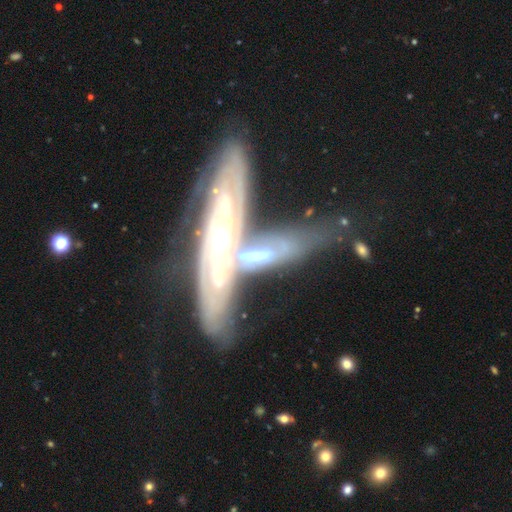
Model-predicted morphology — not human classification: This appears to be a featured or disk galaxy (79%). Merging: merger (59%).